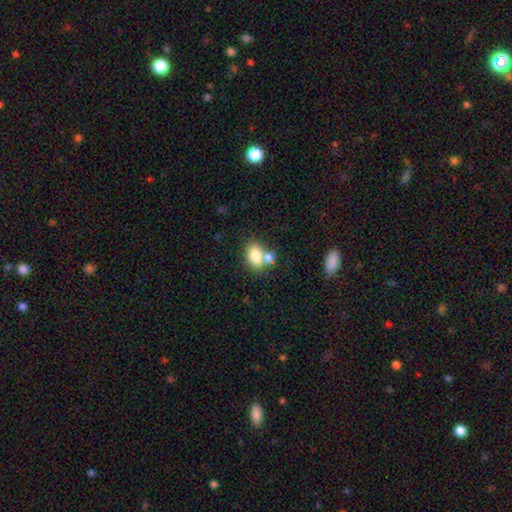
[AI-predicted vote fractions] smooth_or_featured: smooth (p=0.81) [alt: featured or disk p=0.11]
how_rounded: in between (p=0.81) [alt: round p=0.17]
merging: none (p=0.46) [alt: merger p=0.38]